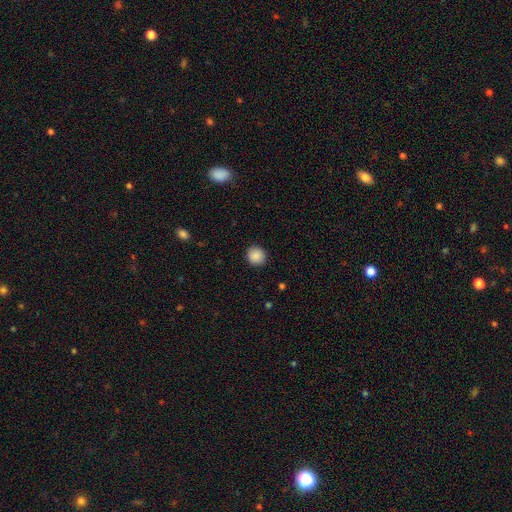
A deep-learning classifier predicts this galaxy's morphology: The model was most divided on "smooth or featured": smooth: 89%, star or artifact: 8%, featured or disk: 3%. More confident: merging — none (92%); how rounded — round (91%).